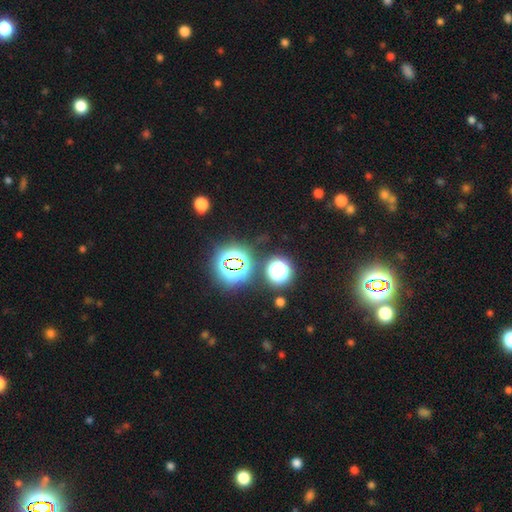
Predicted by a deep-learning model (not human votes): Morphology: type=star or artifact (81%).